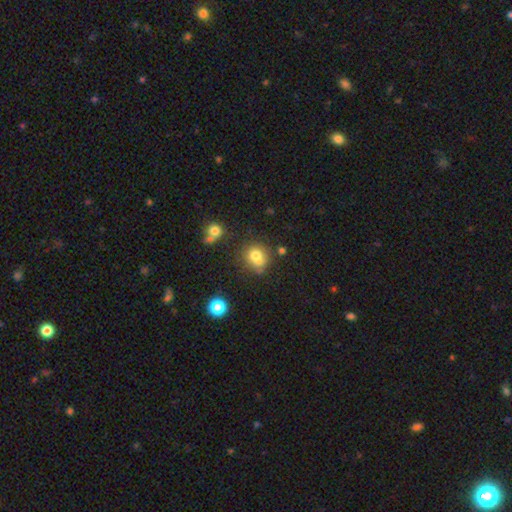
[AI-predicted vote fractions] smooth-or-featured: smooth: 73% | star or artifact: 14% | featured or disk: 13%
  how-rounded: round: 80% | in between: 19% | cigar-shaped: 1%
  merging: none: 54% | merger: 26% | minor disturbance: 15% | major disturbance: 6%